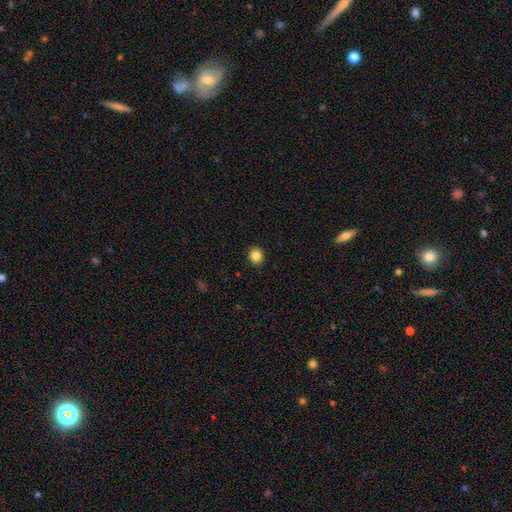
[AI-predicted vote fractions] A smooth galaxy with no disk features (84%) that is round (80%).

Vote fractions:
- Smooth or featured? smooth: 84% / star or artifact: 11% / featured or disk: 5%
- How rounded? round: 80% / in between: 19% / cigar-shaped: 1%
- Merging? none: 92% / minor disturbance: 5% / major disturbance: 2% / merger: 1%